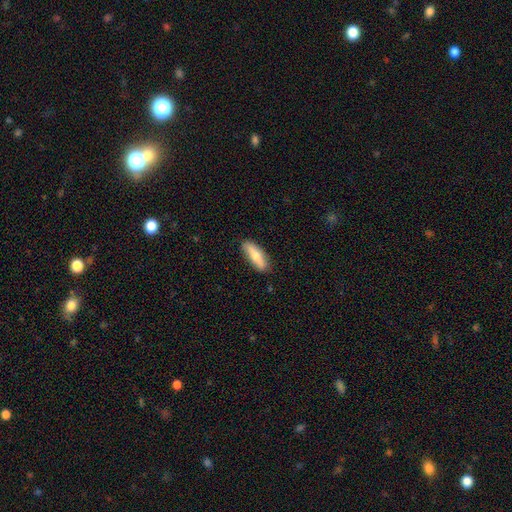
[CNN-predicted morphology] A smooth galaxy with no disk features (62%) that is in between round and cigar-shaped (51%). Merging: none (85%).